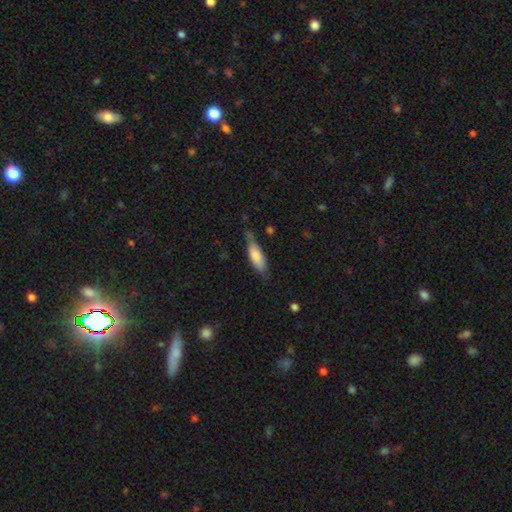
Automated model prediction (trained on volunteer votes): This is likely a smooth galaxy (77%). How rounded: possibly in between (60%). Merging: possibly none (59%).